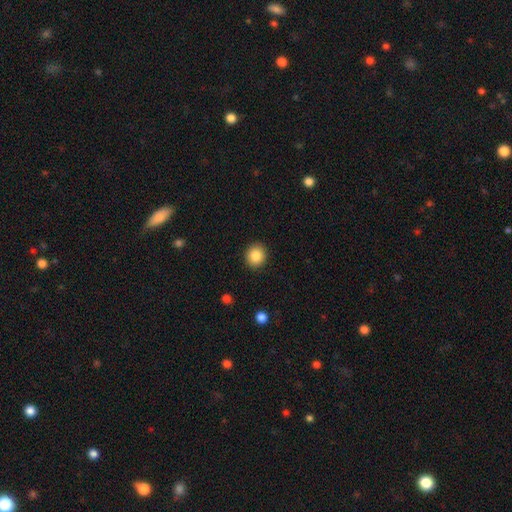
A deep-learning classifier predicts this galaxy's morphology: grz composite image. It shows a smooth galaxy with no disk features (86%) that is round (82%). Merging: none (91%).